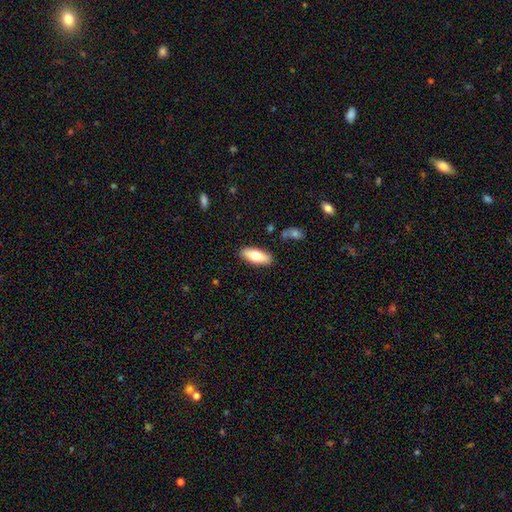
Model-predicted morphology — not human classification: type=smooth (70%); roundness=in between (70%); merging=none (87%).